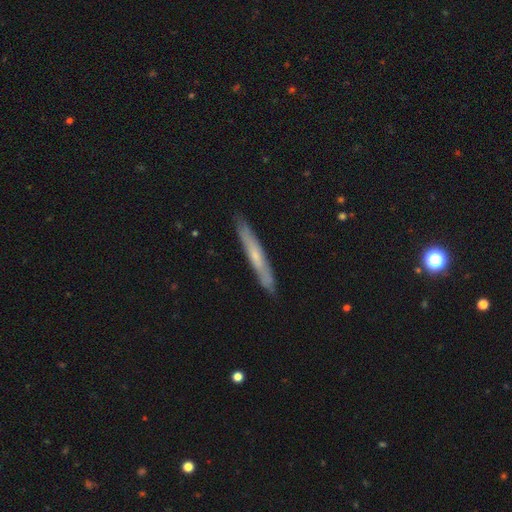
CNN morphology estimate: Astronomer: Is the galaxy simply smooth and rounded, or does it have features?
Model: featured or disk — 49% (runner-up: smooth, 44%).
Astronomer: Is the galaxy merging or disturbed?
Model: none — 86%.